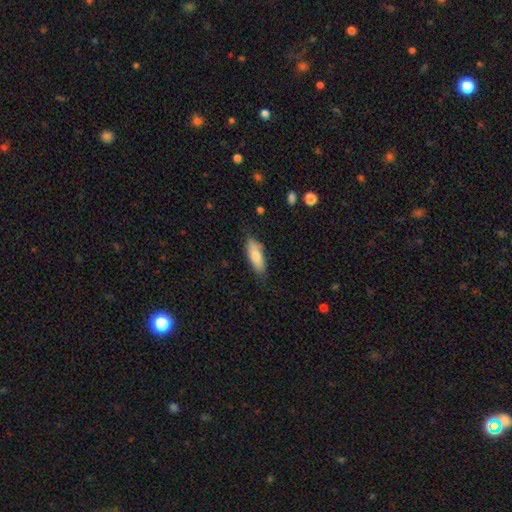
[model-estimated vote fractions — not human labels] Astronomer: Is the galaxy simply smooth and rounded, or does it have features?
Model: smooth — 77%.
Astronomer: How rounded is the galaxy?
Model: in between — 66%.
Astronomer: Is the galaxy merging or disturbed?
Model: none — 78%.